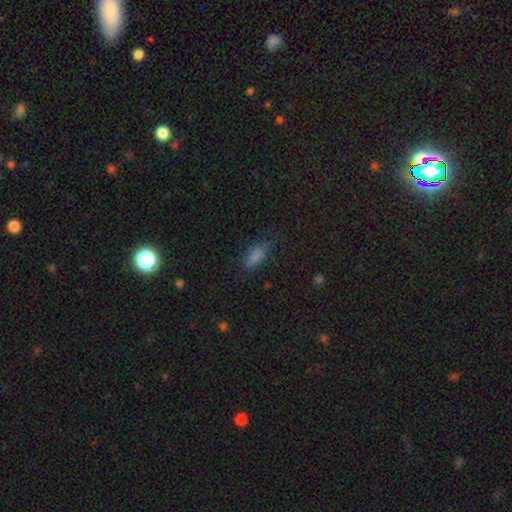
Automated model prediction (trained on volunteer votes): smooth-or-featured: smooth: 81% | star or artifact: 12% | featured or disk: 7%
  how-rounded: in between: 82% | cigar-shaped: 15% | round: 3%
  merging: none: 72% | minor disturbance: 20% | major disturbance: 6% | merger: 2%